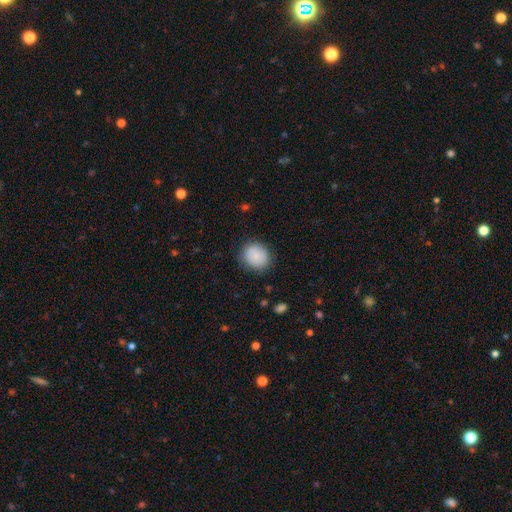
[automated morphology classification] Smooth or featured? Predicted: smooth (p=0.88). How rounded? Predicted: round (p=0.78). Merging? Predicted: none (p=0.84).